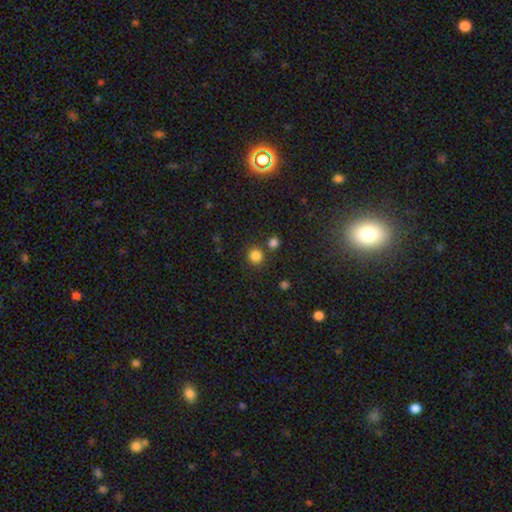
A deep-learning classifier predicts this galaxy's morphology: Smooth or featured? smooth (83%)
How rounded? round (92%)
Merging? none (79%)